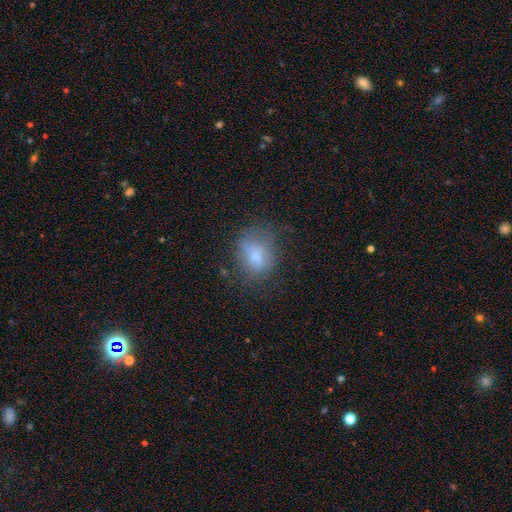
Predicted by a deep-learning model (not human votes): smooth 71%, featured or disk 19%, star or artifact 10%. Down the decision tree: how rounded — round (51%); merging — none (57%).